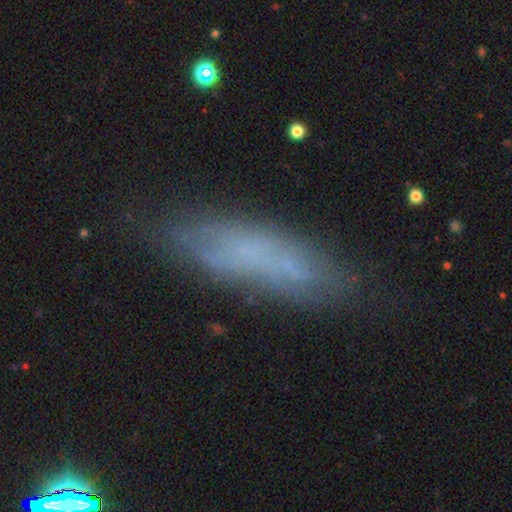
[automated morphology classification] This is possibly a smooth galaxy (53%). How rounded: likely cigar-shaped (61%). Merging: likely none (73%).